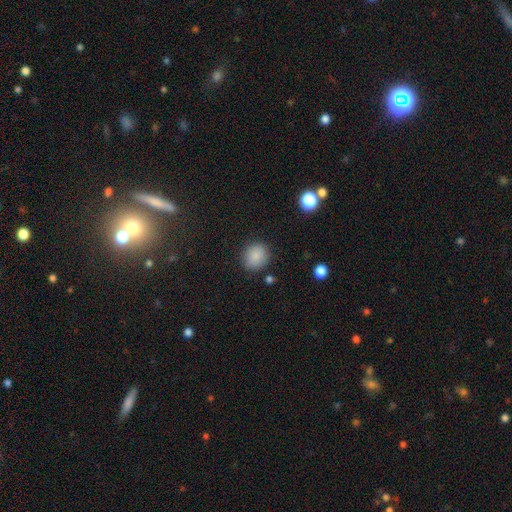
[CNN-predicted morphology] This appears to be a smooth galaxy with no disk features (86%) that is round (83%). Merging: none (87%).